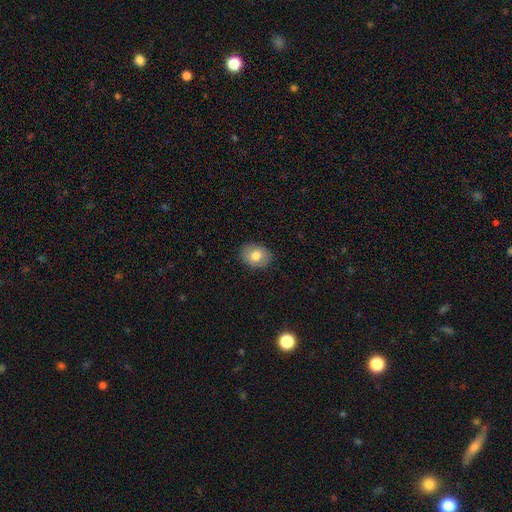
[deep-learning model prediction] Q: Smooth or featured?
A: smooth (78%); runner-up: featured or disk (14%)
Q: How rounded?
A: in between (54%); runner-up: round (45%)
Q: Merging?
A: none (88%); runner-up: minor disturbance (9%)